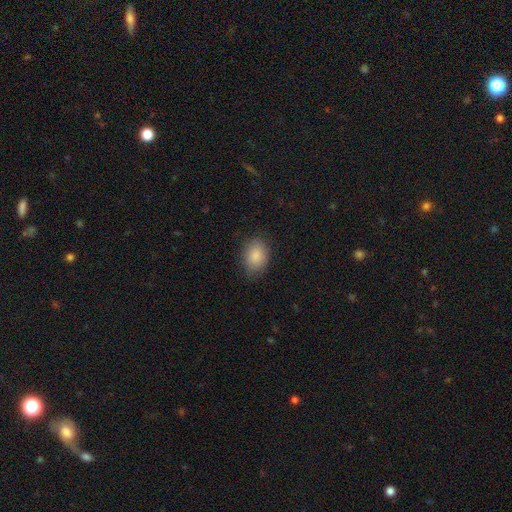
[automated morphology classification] Smooth or featured? Predicted: smooth (p=0.88). How rounded? Predicted: in between (p=0.71). Merging? Predicted: none (p=0.81).